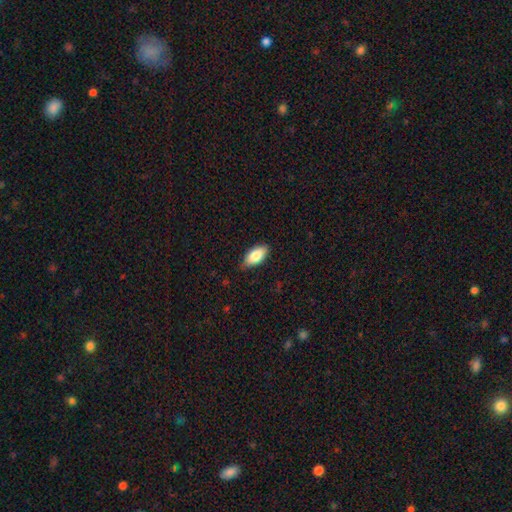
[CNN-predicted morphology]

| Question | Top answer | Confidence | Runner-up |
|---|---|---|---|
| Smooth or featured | smooth | 80% | featured or disk (14%) |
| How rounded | in between | 90% | cigar-shaped (7%) |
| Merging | none | 81% | minor disturbance (16%) |